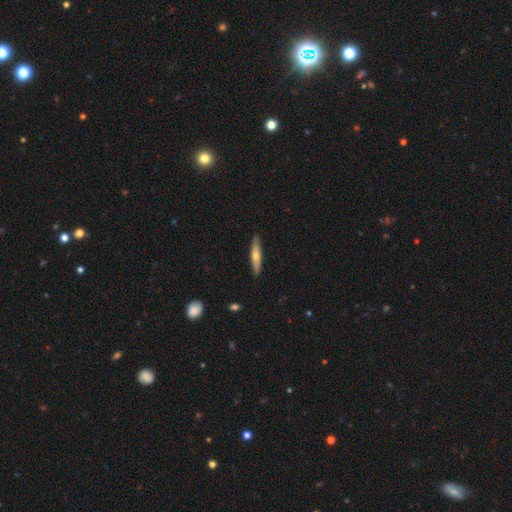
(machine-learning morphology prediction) Smooth or featured? smooth (48%)
Merging? none (88%)